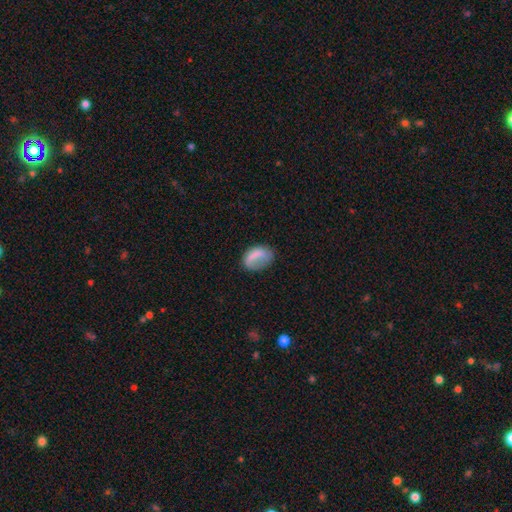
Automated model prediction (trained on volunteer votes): smooth 72%, featured or disk 20%, star or artifact 8%. Down the decision tree: how rounded — in between (82%); merging — none (47%).